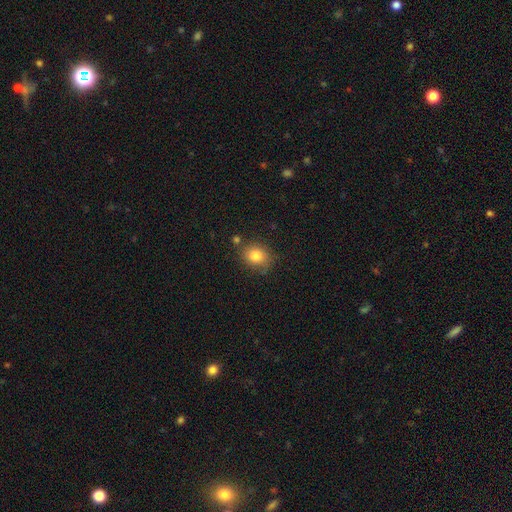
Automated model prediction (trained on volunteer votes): smooth-or-featured: smooth: 82% | star or artifact: 10% | featured or disk: 8%
  how-rounded: round: 60% | in between: 39% | cigar-shaped: 1%
  merging: none: 74% | minor disturbance: 16% | merger: 6% | major disturbance: 4%